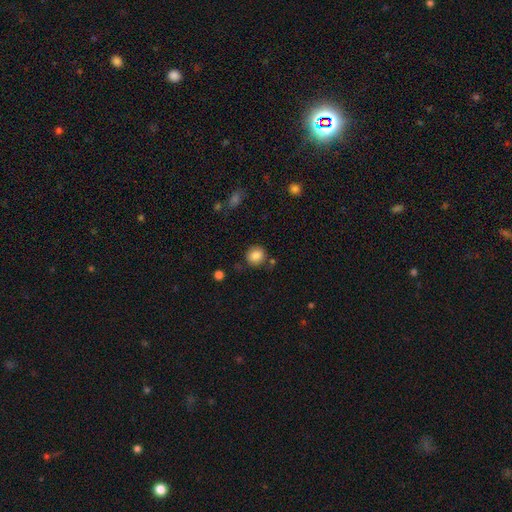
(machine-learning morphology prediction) Smooth or featured?
  - smooth: 86% *
  - star or artifact: 9%
  - featured or disk: 5%
How rounded?
  - round: 79% *
  - in between: 20%
  - cigar-shaped: 1%
Merging?
  - none: 77% *
  - minor disturbance: 14%
  - merger: 4%
  - major disturbance: 4%